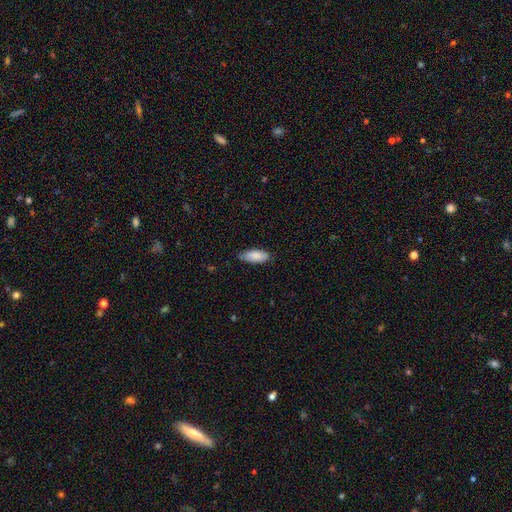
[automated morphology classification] Overall: smooth (86%). How rounded: in between (84%). Merging: none (74%).